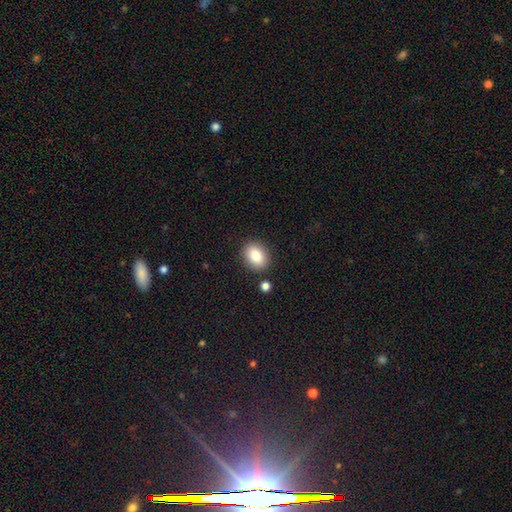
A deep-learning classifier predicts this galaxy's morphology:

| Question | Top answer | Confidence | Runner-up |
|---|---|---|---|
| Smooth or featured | smooth | 85% | star or artifact (8%) |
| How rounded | in between | 70% | round (29%) |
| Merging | none | 86% | minor disturbance (9%) |